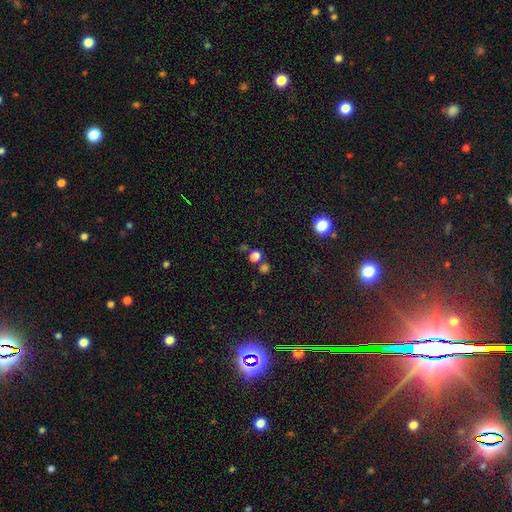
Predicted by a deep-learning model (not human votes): Morphology: type=smooth (74%); roundness=round (74%); merging=none (68%).